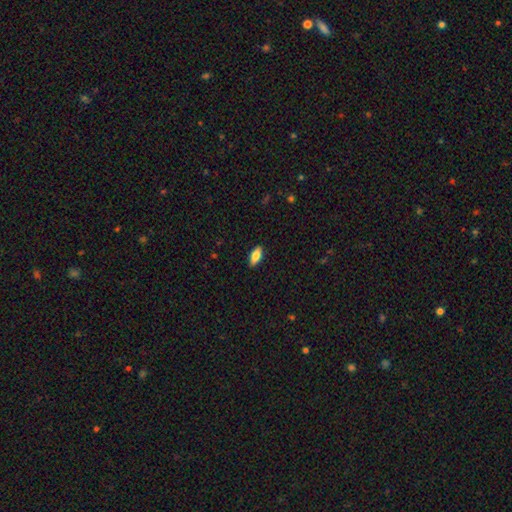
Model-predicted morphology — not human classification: This is likely a smooth galaxy (79%). How rounded: clearly in between (82%). Merging: clearly none (89%).